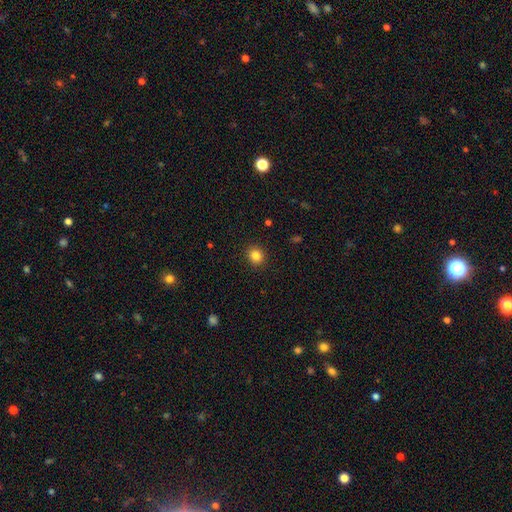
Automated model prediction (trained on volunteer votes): Q: Smooth or featured?
A: smooth (83%); runner-up: star or artifact (11%)
Q: How rounded?
A: round (80%); runner-up: in between (19%)
Q: Merging?
A: none (91%); runner-up: minor disturbance (6%)